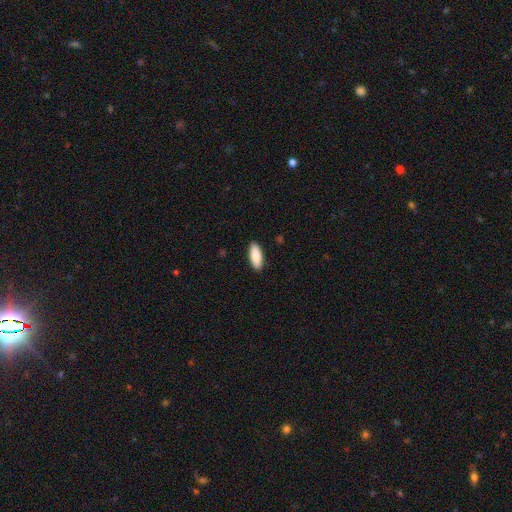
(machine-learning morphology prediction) Smooth or featured: smooth — 88% (featured or disk — 6%)
How rounded: in between — 80% (cigar-shaped — 18%)
Merging: none — 90% (minor disturbance — 7%)